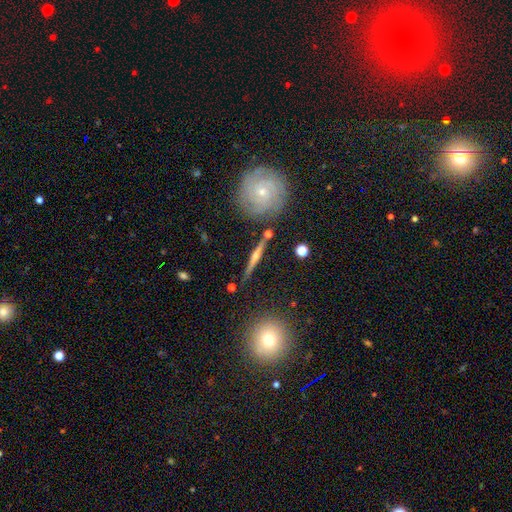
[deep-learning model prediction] Morphology: type=featured or disk (76%); edge-on=yes (89%); edge-on bulge=rounded (85%); merging=none (86%).